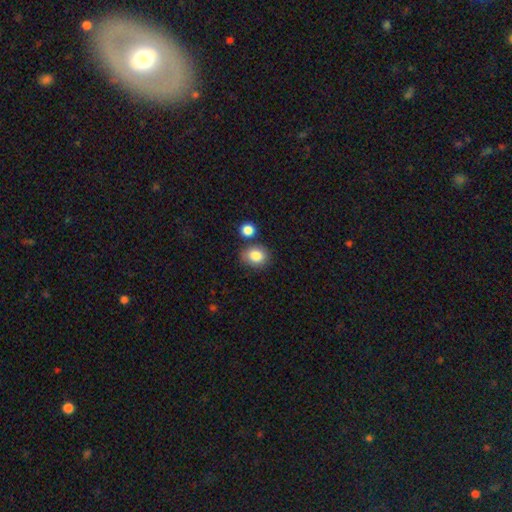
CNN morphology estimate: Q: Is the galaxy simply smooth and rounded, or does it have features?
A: smooth — 84%.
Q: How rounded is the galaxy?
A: round — 62%.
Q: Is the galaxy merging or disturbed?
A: none — 73%.